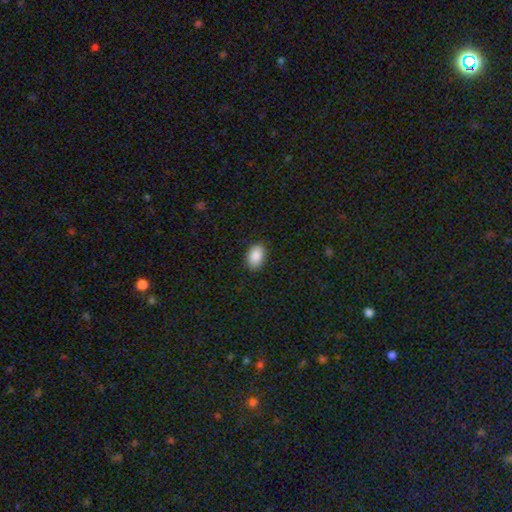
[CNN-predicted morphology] Q: Smooth or featured?
A: smooth (89%); runner-up: star or artifact (7%)
Q: How rounded?
A: in between (89%); runner-up: round (10%)
Q: Merging?
A: none (87%); runner-up: minor disturbance (10%)